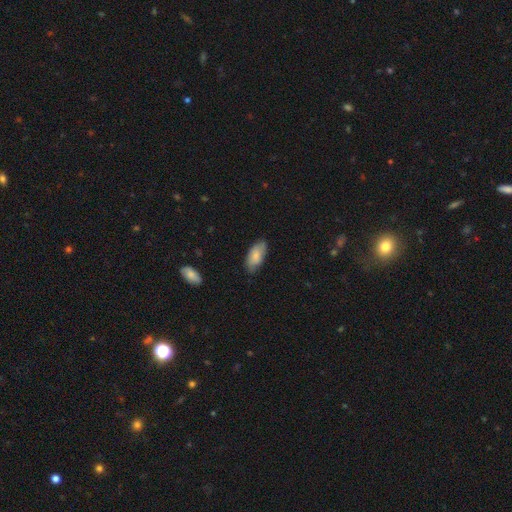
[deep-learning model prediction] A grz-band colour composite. It shows a smooth galaxy with no disk features (81%) that is in between round and cigar-shaped (90%). Merging: none (74%).